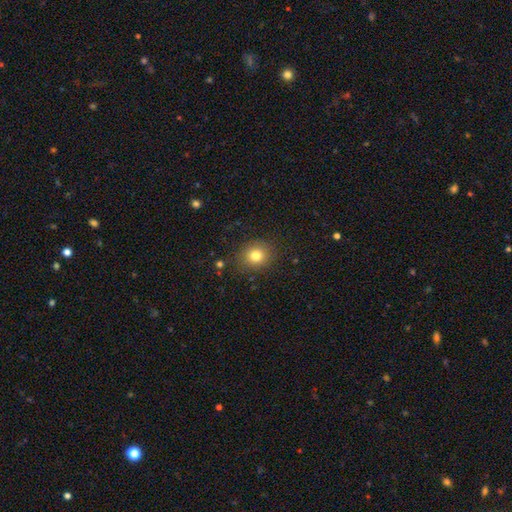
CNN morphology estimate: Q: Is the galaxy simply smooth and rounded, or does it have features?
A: smooth — 80%.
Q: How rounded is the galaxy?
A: round — 78%.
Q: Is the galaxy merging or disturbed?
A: none — 86%.